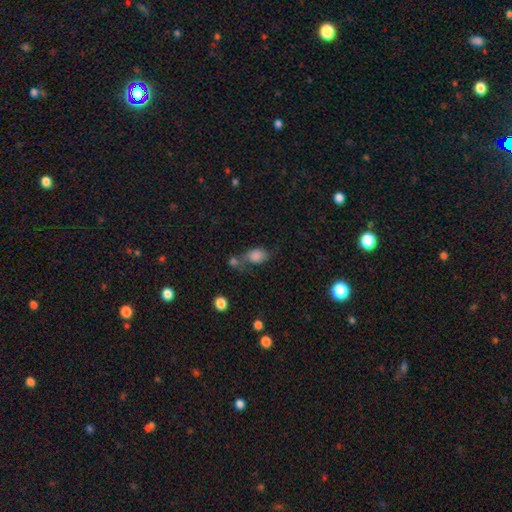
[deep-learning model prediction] Overall: smooth (78%). How rounded: in between (74%). Merging: none (36%; merger 31%).